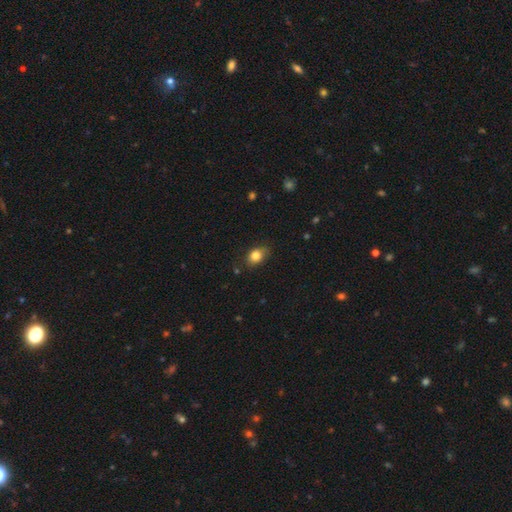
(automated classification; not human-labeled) Morphology: type=smooth (83%); roundness=in between (65%); merging=none (78%).